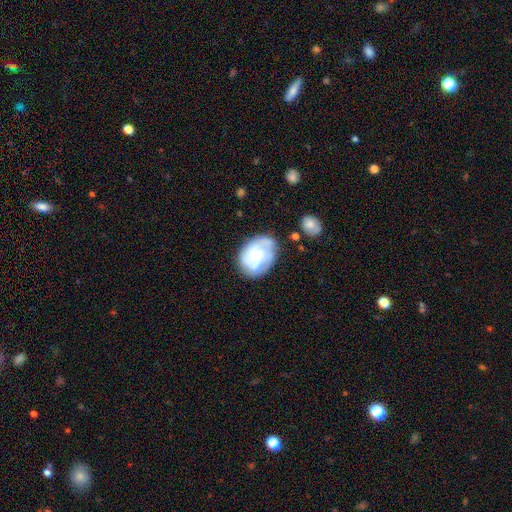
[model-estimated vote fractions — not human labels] This is likely a featured or disk galaxy (66%). It is clearly not viewed edge-on (98%). Bar: likely no (73%). Spiral arm pattern: clearly yes (81%). Spiral arm count: marginally can't tell (32%, tied with 3). Spiral winding: possibly tight (48%). Central bulge: possibly small (48%). Merging: likely none (62%).